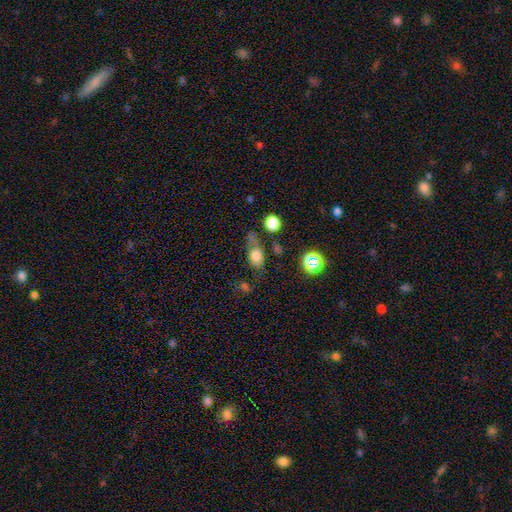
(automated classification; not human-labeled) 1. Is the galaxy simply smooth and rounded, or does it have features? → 71% smooth, 17% featured or disk, 12% star or artifact.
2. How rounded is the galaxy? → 71% in between, 21% round, 7% cigar-shaped.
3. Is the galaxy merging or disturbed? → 49% none, 27% minor disturbance, 15% major disturbance, 10% merger.